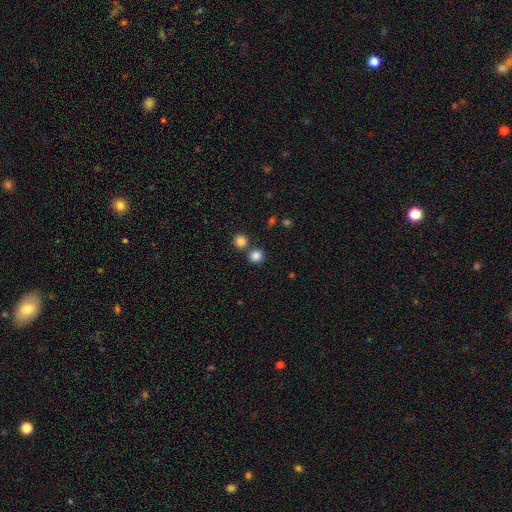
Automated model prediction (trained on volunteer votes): This appears to be a smooth galaxy with no disk features (84%) that is round (90%). Merging: none (73%).